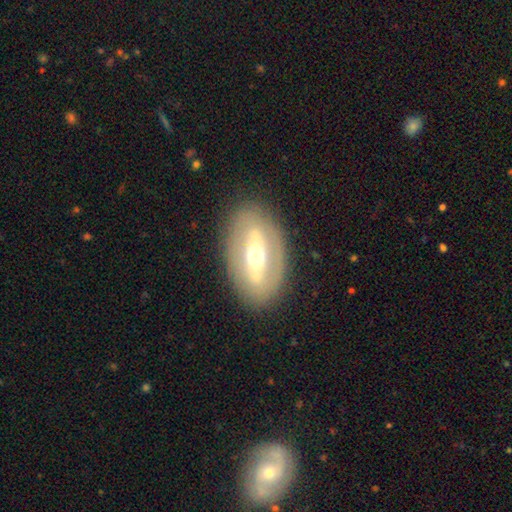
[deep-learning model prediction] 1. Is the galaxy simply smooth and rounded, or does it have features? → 69% featured or disk, 26% smooth, 6% star or artifact.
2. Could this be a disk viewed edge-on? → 86% no, 14% yes.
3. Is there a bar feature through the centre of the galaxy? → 54% strong, 26% weak, 20% no.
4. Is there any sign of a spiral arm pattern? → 69% no, 31% yes.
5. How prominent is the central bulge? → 69% moderate, 15% small, 13% large, 2% dominant, 1% none.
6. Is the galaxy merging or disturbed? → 84% none, 10% minor disturbance, 4% major disturbance, 1% merger.